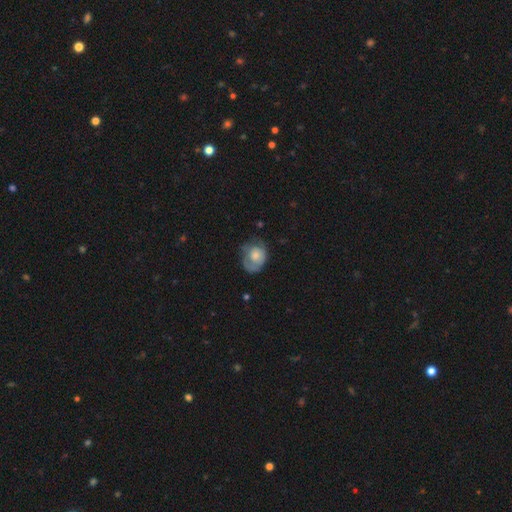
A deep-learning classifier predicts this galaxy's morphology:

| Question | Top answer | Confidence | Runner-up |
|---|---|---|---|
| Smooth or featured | smooth | 58% | featured or disk (35%) |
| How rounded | round | 54% | in between (45%) |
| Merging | none | 45% | minor disturbance (31%) |